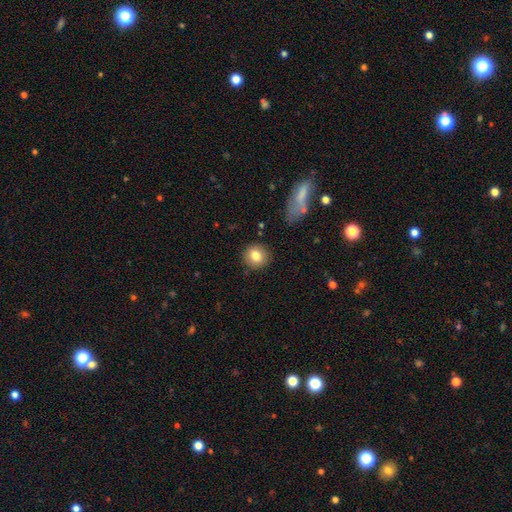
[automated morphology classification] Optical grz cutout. It shows a smooth galaxy with no disk features (81%) that is round (88%). Merging: none (88%).